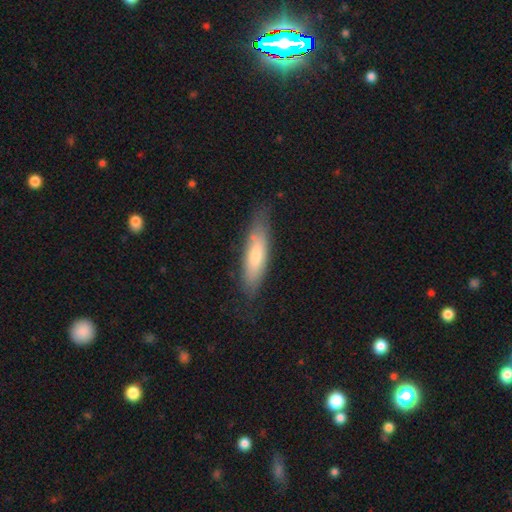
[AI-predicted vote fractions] Overall: smooth (66%; featured or disk 28%). How rounded: cigar-shaped (63%; in between 36%). Merging: none (73%).